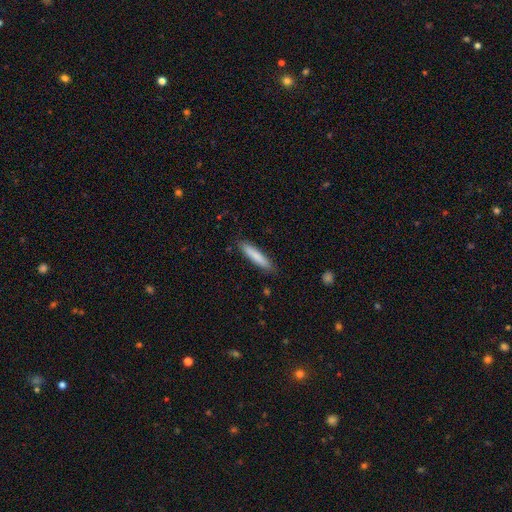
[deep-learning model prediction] Smooth or featured: smooth — 83% (featured or disk — 11%)
How rounded: cigar-shaped — 88% (in between — 11%)
Merging: none — 88% (minor disturbance — 9%)